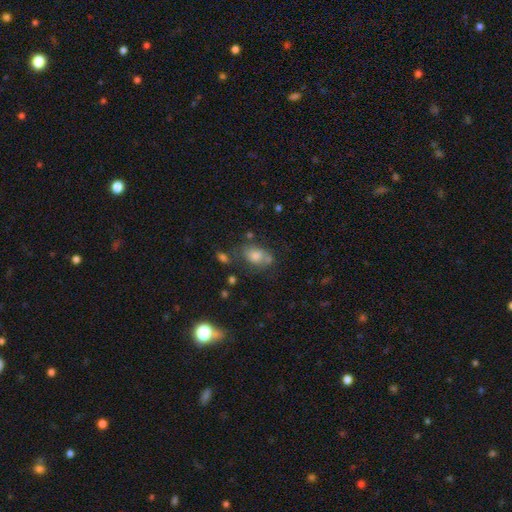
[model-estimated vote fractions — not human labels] A smooth galaxy with no disk features (66%) that is in between round and cigar-shaped (69%). Merging: none (57%).